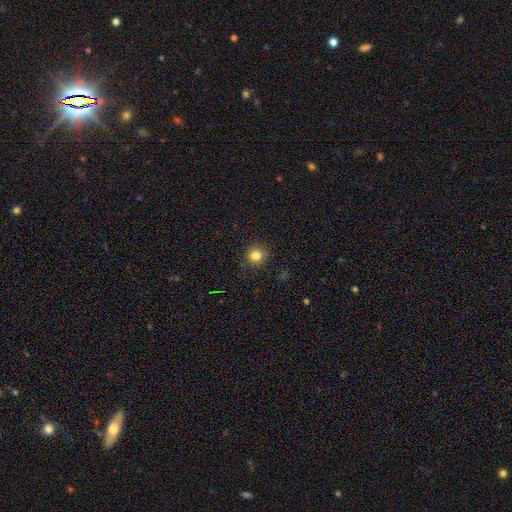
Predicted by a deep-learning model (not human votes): smooth-or-featured: smooth: 82% | star or artifact: 13% | featured or disk: 5%
  how-rounded: round: 93% | in between: 6% | cigar-shaped: 1%
  merging: none: 89% | minor disturbance: 7% | major disturbance: 2% | merger: 1%